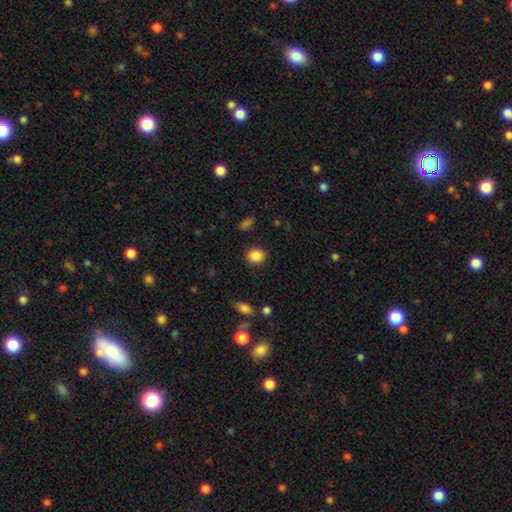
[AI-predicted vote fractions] Q: Smooth or featured?
A: smooth (87%); runner-up: star or artifact (9%)
Q: How rounded?
A: round (72%); runner-up: in between (26%)
Q: Merging?
A: none (89%); runner-up: minor disturbance (7%)